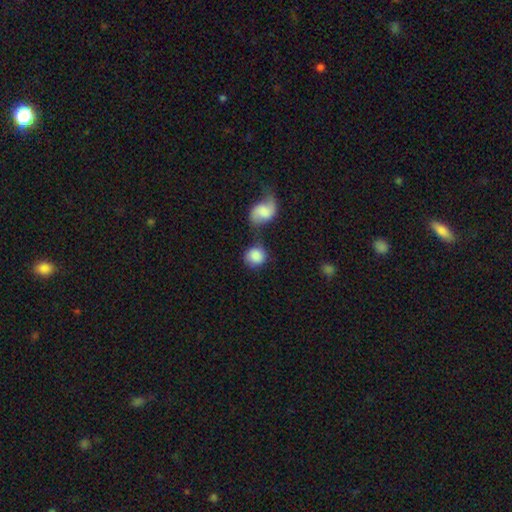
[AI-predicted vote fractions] Q: Smooth or featured?
A: smooth (82%); runner-up: featured or disk (11%)
Q: How rounded?
A: round (81%); runner-up: in between (18%)
Q: Merging?
A: none (47%); runner-up: merger (31%)